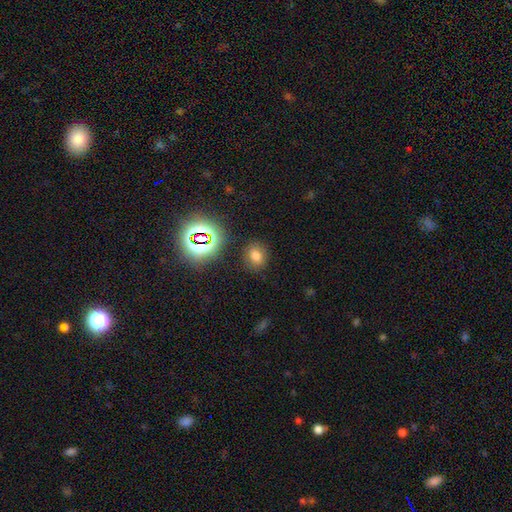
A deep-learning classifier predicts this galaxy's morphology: type=smooth (70%); roundness=round (51%); merging=none (84%).